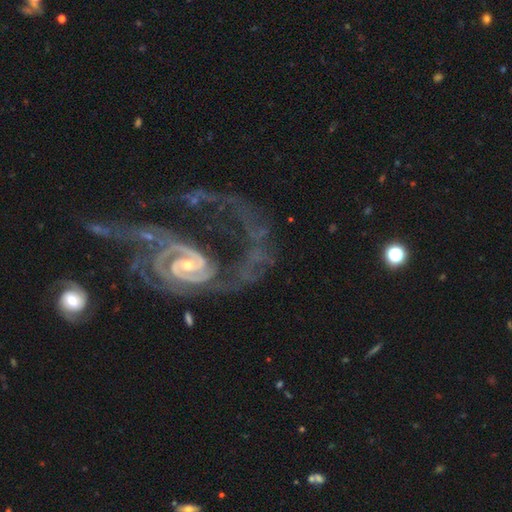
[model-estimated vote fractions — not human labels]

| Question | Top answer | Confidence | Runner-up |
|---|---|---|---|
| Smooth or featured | featured or disk | 86% | star or artifact (8%) |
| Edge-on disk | no | 97% | yes (3%) |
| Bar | no | 45% | weak (39%) |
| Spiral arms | yes | 89% | no (11%) |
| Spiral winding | loose | 42% | medium (41%) |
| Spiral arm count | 2 | 55% | 1 (16%) |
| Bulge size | small | 57% | moderate (31%) |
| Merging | major disturbance | 48% | none (27%) |